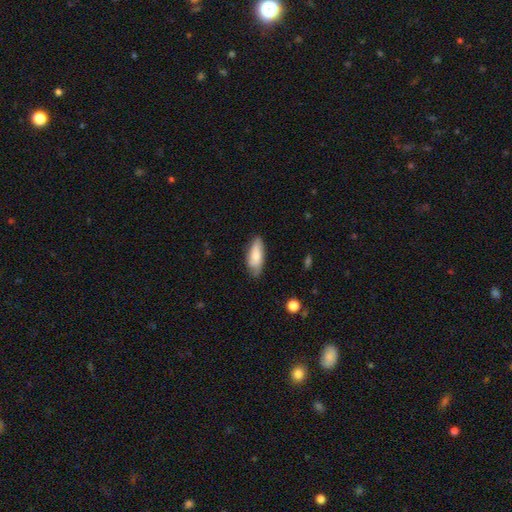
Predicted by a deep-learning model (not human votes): A smooth galaxy with no disk features (76%) that is in between round and cigar-shaped (73%).

Vote fractions:
- Smooth or featured? smooth: 76% / featured or disk: 18% / star or artifact: 6%
- How rounded? in between: 73% / cigar-shaped: 25% / round: 2%
- Merging? none: 72% / minor disturbance: 22% / major disturbance: 4% / merger: 1%